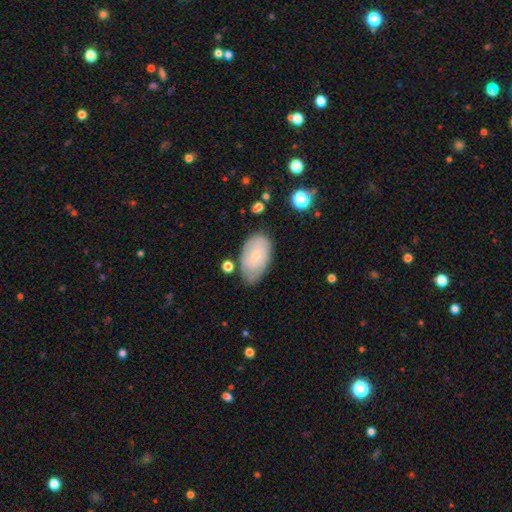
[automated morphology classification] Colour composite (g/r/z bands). It shows a smooth galaxy with no disk features (54%) that is in between round and cigar-shaped (93%). Merging: none (68%).